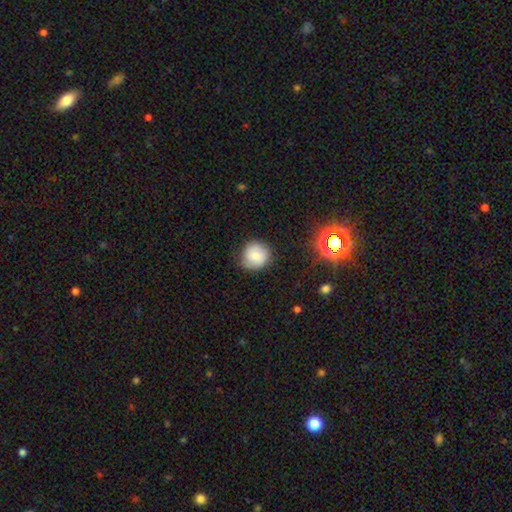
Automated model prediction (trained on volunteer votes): Overall: smooth (71%). How rounded: round (91%). Merging: none (80%).